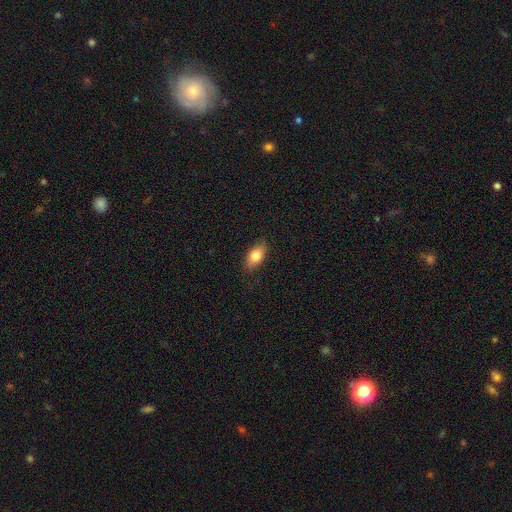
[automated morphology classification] Smooth or featured?
  - smooth: 80% *
  - featured or disk: 12%
  - star or artifact: 7%
How rounded?
  - in between: 87% *
  - round: 7%
  - cigar-shaped: 7%
Merging?
  - none: 83% *
  - minor disturbance: 13%
  - major disturbance: 3%
  - merger: 1%